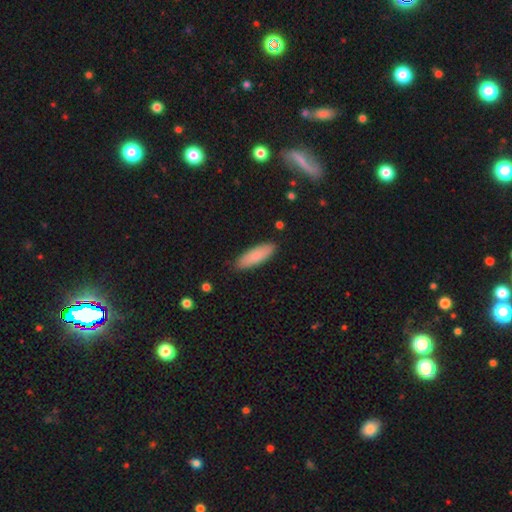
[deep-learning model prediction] A smooth galaxy with no disk features (82%) that is in between round and cigar-shaped (55%).

Vote fractions:
- Smooth or featured? smooth: 82% / featured or disk: 12% / star or artifact: 6%
- How rounded? in between: 55% / cigar-shaped: 43% / round: 2%
- Merging? none: 88% / minor disturbance: 9% / major disturbance: 2% / merger: 1%